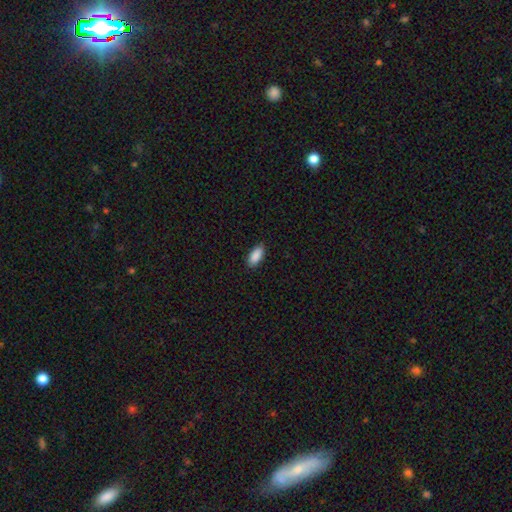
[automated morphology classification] The model was most divided on "merging": none: 86%, minor disturbance: 11%, major disturbance: 2%, merger: 1%. More confident: smooth or featured — smooth (90%); how rounded — in between (89%).